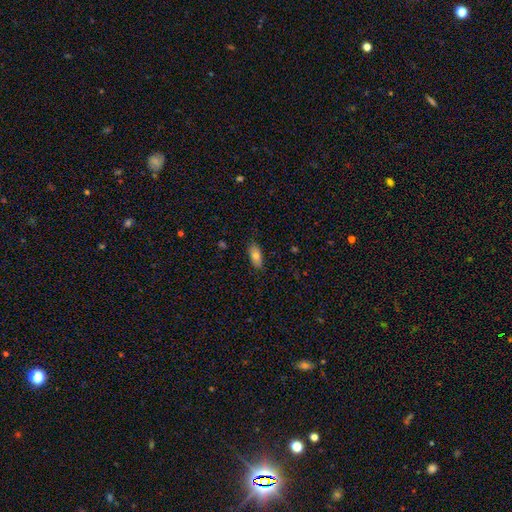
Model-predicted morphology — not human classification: Q: Smooth or featured?
A: smooth (76%); runner-up: featured or disk (17%)
Q: How rounded?
A: in between (88%); runner-up: cigar-shaped (9%)
Q: Merging?
A: none (82%); runner-up: minor disturbance (14%)